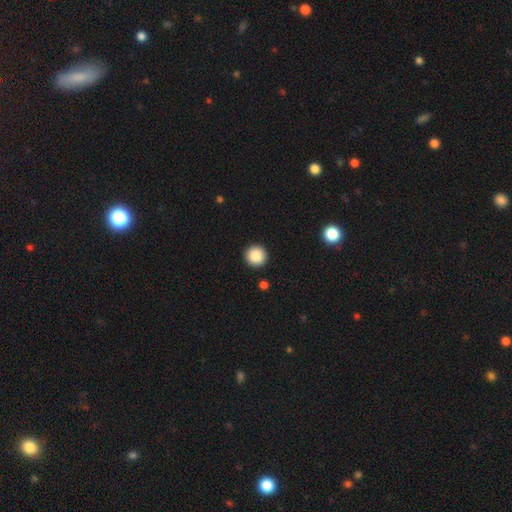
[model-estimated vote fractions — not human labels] Overall: smooth (88%). How rounded: round (96%). Merging: none (92%).